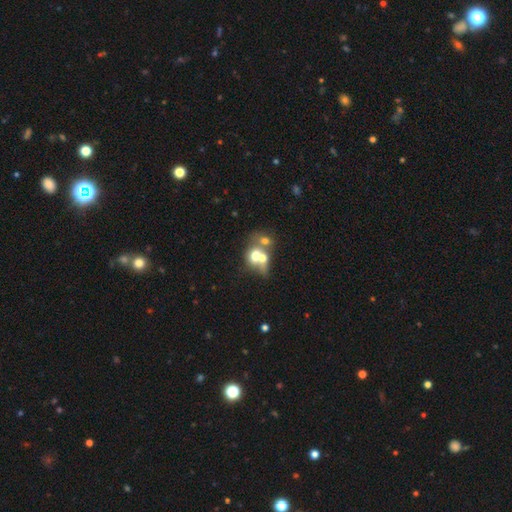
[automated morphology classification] A smooth galaxy with no disk features (58%) that is round (53%).

Vote fractions:
- Smooth or featured? smooth: 58% / featured or disk: 31% / star or artifact: 11%
- How rounded? round: 53% / in between: 46% / cigar-shaped: 1%
- Merging? merger: 67% / none: 20% / minor disturbance: 7% / major disturbance: 6%